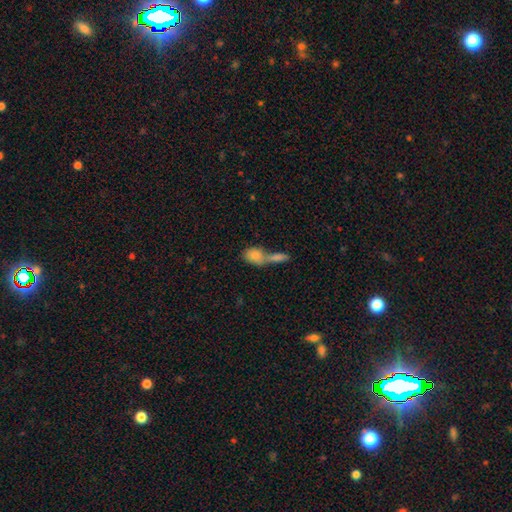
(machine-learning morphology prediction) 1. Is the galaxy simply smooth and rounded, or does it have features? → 81% smooth, 12% featured or disk, 7% star or artifact.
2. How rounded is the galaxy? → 74% in between, 21% round, 5% cigar-shaped.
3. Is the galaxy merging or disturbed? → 63% merger, 25% none, 8% minor disturbance, 5% major disturbance.